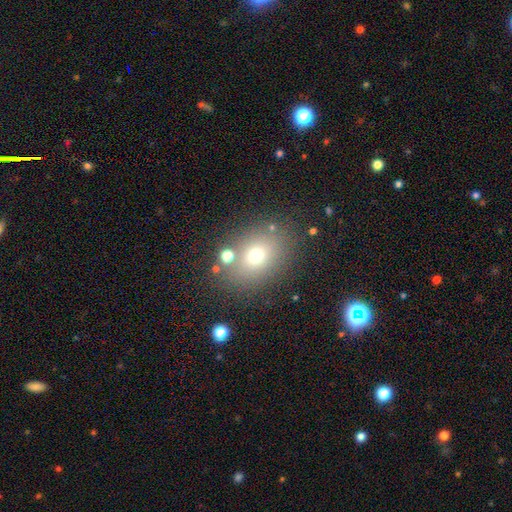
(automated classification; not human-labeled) smooth 69%, star or artifact 17%, featured or disk 14%. Down the decision tree: how rounded — in between (59%); merging — none (78%).